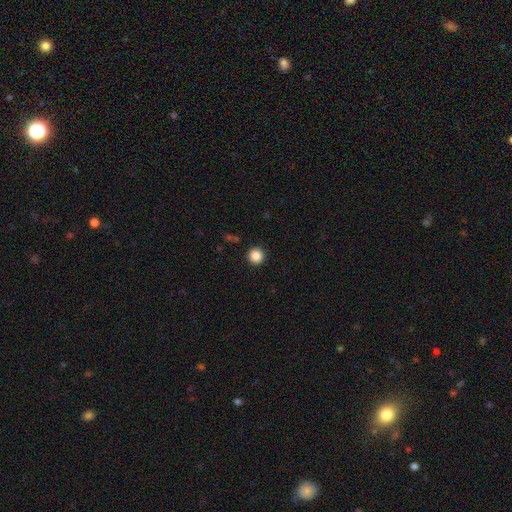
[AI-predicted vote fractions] smooth 86%, star or artifact 10%, featured or disk 3%. Down the decision tree: how rounded — round (95%); merging — none (93%).